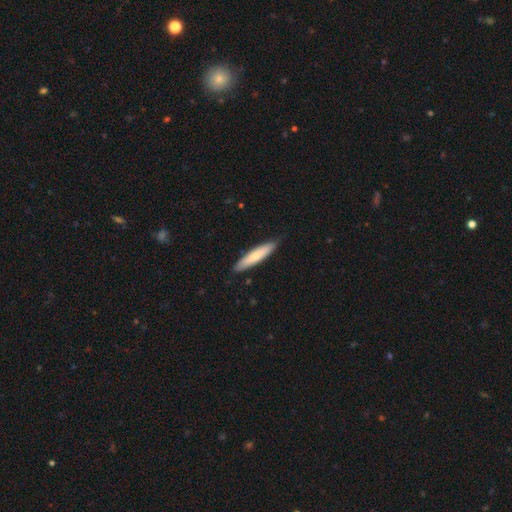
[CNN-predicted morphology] Overall: smooth (72%). How rounded: cigar-shaped (84%). Merging: none (87%).